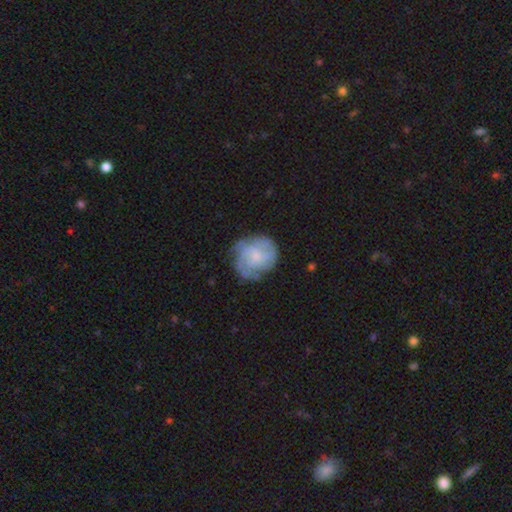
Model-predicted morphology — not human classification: A featured or disk galaxy (66%) with no bar (69%), tight (47%) spiral arms (87%) and a small central bulge (62%).

Vote fractions:
- Smooth or featured? featured or disk: 66% / smooth: 27% / star or artifact: 7%
- Edge-on disk? no: 98% / yes: 2%
- Bar? no: 69% / weak: 27% / strong: 4%
- Spiral arms? yes: 87% / no: 13%
- Spiral winding? tight: 47% / medium: 39% / loose: 14%
- Spiral arm count? can't tell: 35% / 3: 24% / 2: 20% / 4: 11% / 1: 5% / more than 4: 5%
- Bulge size? small: 62% / moderate: 21% / none: 13% / large: 2% / dominant: 1%
- Merging? none: 67% / minor disturbance: 22% / major disturbance: 10% / merger: 2%